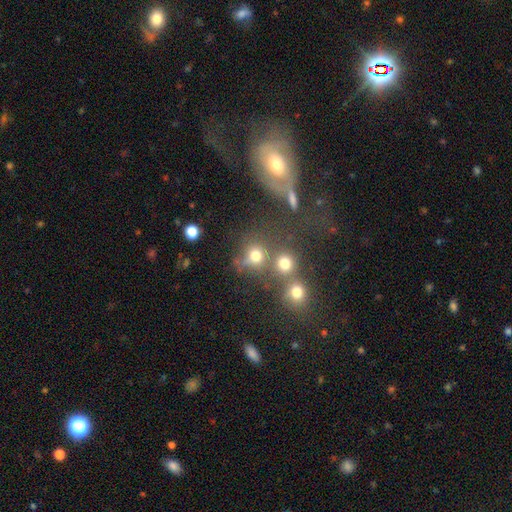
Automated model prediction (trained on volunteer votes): Smooth or featured? smooth (72%)
How rounded? round (83%)
Merging? none (51%)